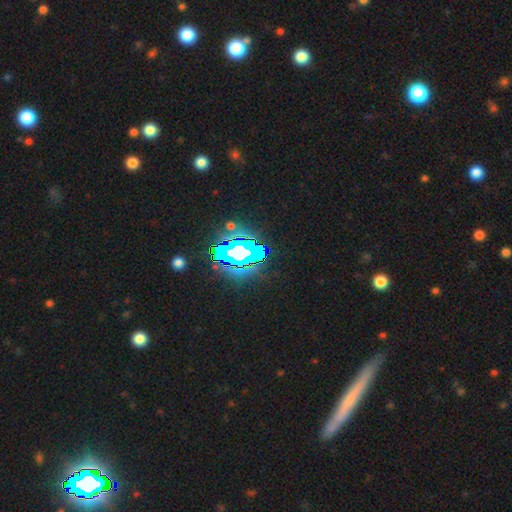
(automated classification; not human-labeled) Overall: star or artifact (71%).